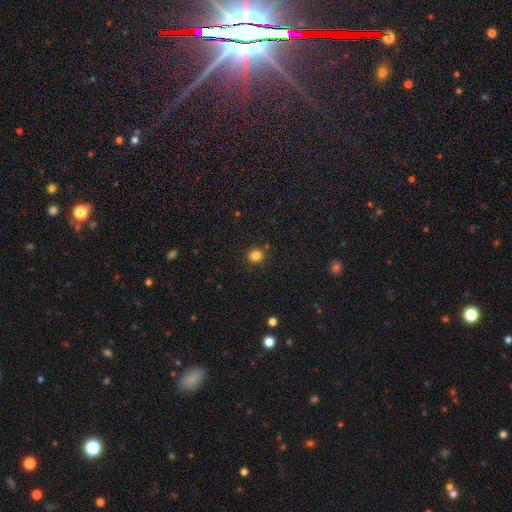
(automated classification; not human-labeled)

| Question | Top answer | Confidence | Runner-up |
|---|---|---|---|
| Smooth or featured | smooth | 84% | star or artifact (12%) |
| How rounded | round | 88% | in between (11%) |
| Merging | none | 86% | minor disturbance (8%) |